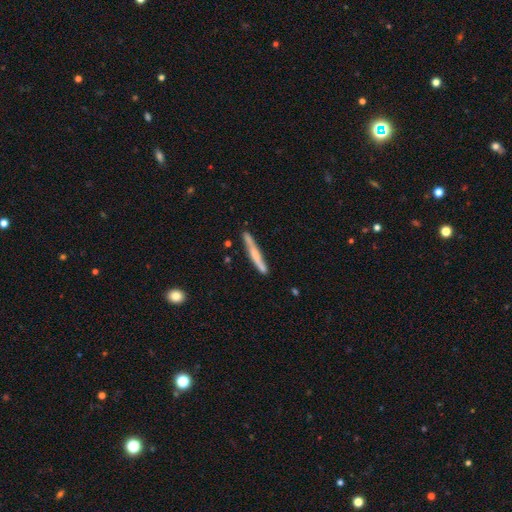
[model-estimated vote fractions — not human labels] Morphology: type=featured or disk (50%); merging=none (82%).